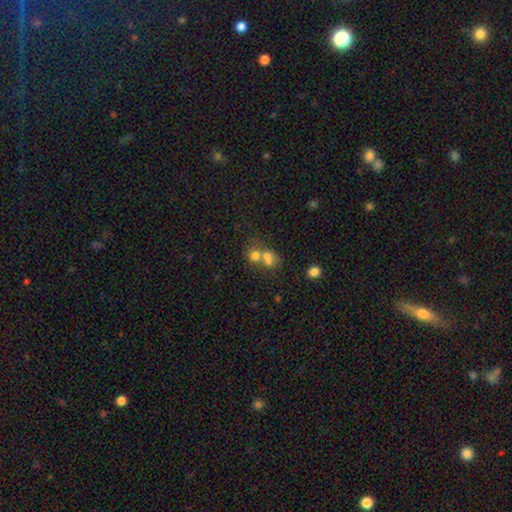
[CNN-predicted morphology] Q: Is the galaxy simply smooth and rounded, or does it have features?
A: smooth — 66%.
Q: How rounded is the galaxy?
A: round — 73%.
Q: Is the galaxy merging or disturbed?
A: merger — 60%.